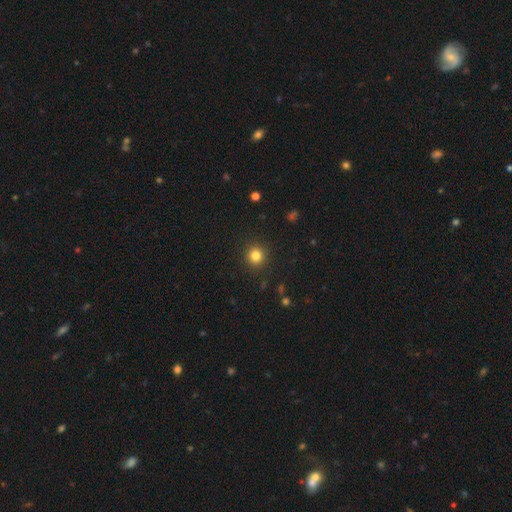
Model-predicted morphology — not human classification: smooth-or-featured: smooth: 83% | star or artifact: 12% | featured or disk: 5%
  how-rounded: round: 92% | in between: 7% | cigar-shaped: 1%
  merging: none: 91% | minor disturbance: 6% | major disturbance: 2% | merger: 1%